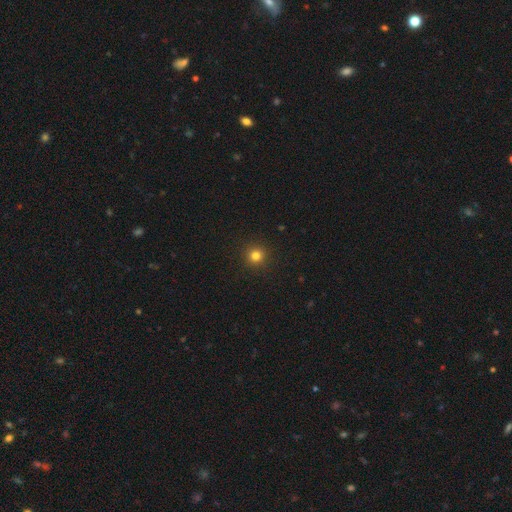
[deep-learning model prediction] Overall: smooth (80%). How rounded: round (95%). Merging: none (93%).